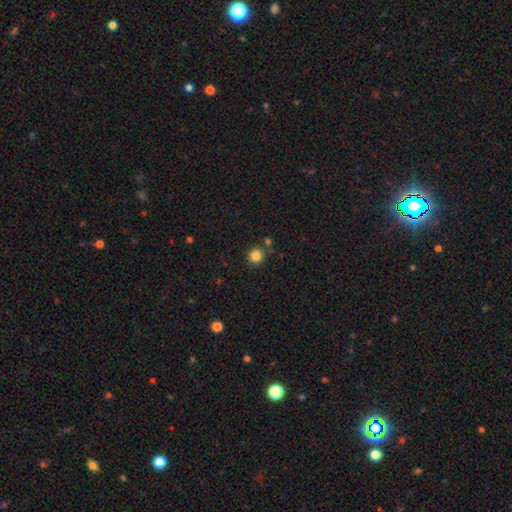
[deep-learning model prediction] smooth-or-featured: smooth: 84% | star or artifact: 12% | featured or disk: 4%
  how-rounded: round: 94% | in between: 6% | cigar-shaped: 1%
  merging: none: 83% | minor disturbance: 7% | merger: 7% | major disturbance: 3%